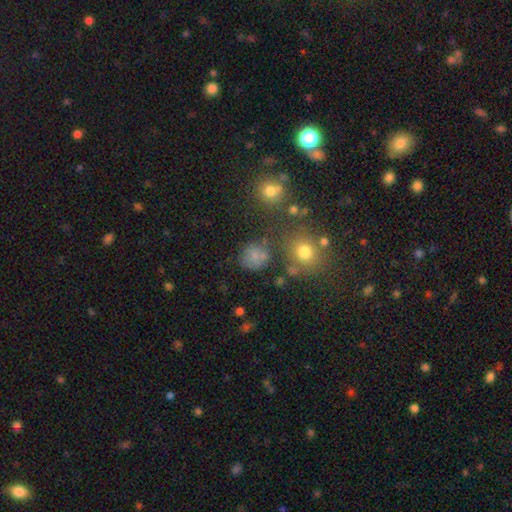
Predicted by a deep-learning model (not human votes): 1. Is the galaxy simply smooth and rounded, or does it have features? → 72% smooth, 18% star or artifact, 10% featured or disk.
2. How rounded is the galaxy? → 80% round, 18% in between, 1% cigar-shaped.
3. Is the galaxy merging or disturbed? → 68% none, 16% minor disturbance, 9% merger, 7% major disturbance.